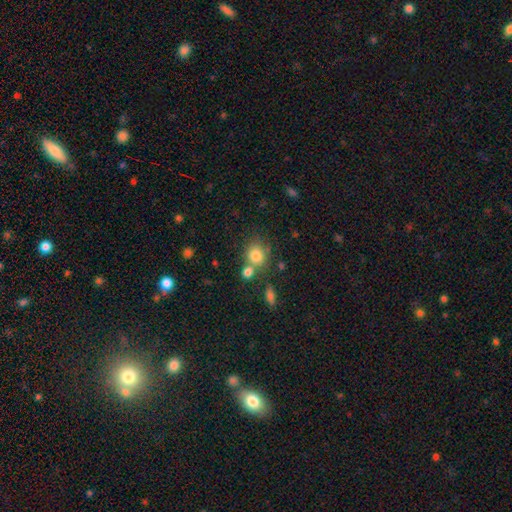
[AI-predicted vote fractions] Overall: smooth (80%). How rounded: round (74%). Merging: none (54%; merger 29%).